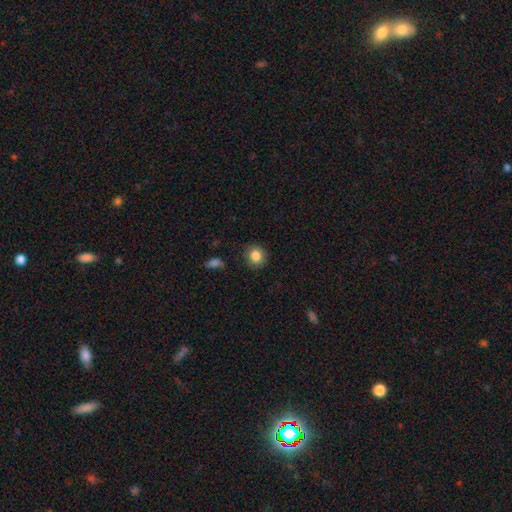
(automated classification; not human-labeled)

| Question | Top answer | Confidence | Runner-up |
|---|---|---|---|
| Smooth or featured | smooth | 84% | star or artifact (9%) |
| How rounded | round | 86% | in between (13%) |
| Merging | none | 86% | minor disturbance (10%) |